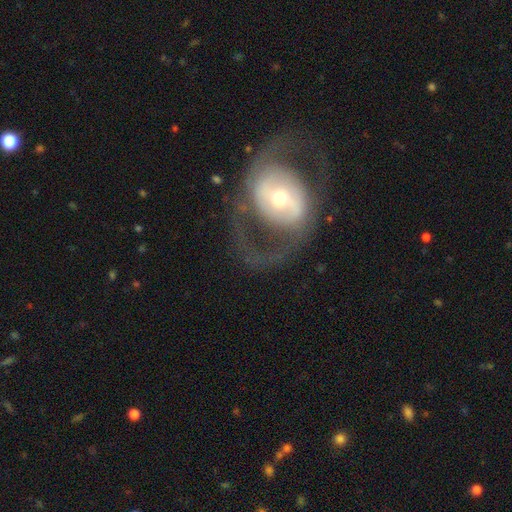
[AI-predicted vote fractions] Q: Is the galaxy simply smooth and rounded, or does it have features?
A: featured or disk — 80%.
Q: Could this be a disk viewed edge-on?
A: no — 95%.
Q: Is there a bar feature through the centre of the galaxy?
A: no — 44%.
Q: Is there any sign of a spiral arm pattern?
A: yes — 75%.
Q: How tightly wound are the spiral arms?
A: medium — 46%.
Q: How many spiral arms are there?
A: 2 — 86%.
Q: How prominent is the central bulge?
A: moderate — 48%.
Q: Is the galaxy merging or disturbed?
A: none — 66%.